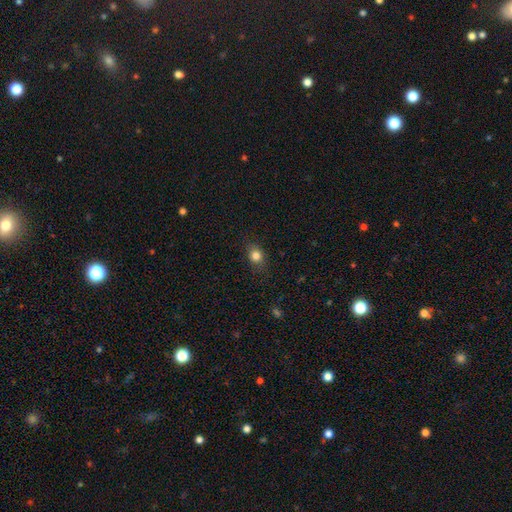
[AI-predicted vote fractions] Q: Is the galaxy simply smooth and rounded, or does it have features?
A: smooth — 81%.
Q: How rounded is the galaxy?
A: round — 53%.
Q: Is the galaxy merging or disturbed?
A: none — 83%.